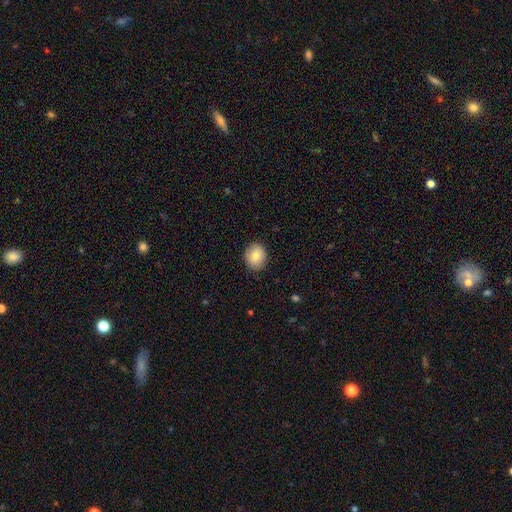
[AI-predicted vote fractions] Overall: smooth (81%). How rounded: round (65%; in between 34%). Merging: none (87%).